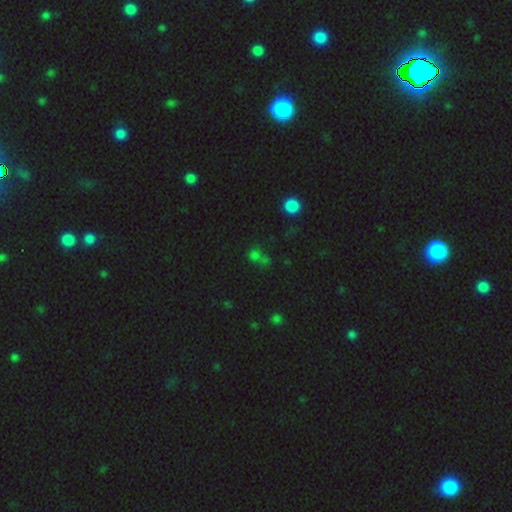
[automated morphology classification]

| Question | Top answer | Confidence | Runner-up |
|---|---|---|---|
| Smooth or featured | smooth | 52% | star or artifact (38%) |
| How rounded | round | 73% | in between (25%) |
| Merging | none | 43% | merger (38%) |